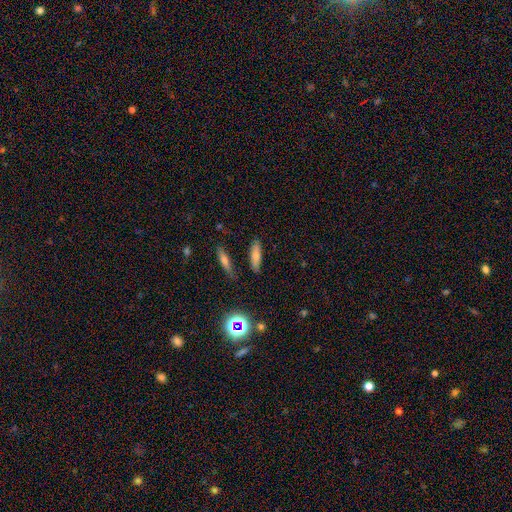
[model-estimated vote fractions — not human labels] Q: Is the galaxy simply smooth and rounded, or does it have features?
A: smooth — 73%.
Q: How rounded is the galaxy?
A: cigar-shaped — 53%.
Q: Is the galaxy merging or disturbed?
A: none — 82%.